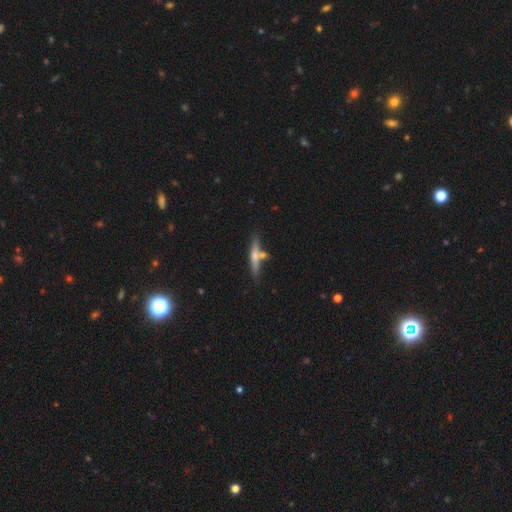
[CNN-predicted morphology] A featured or disk galaxy (49%). Merging: none (66%).